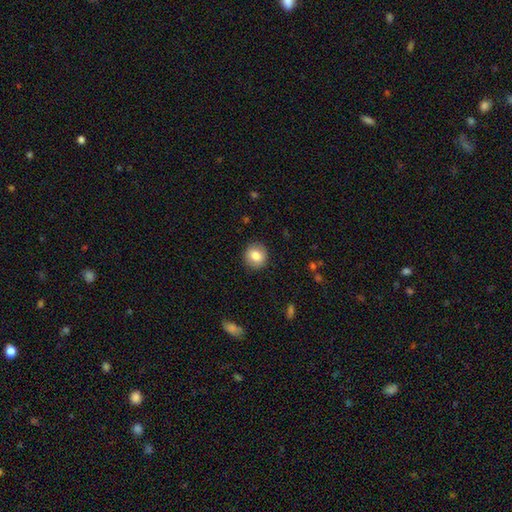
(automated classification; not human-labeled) Smooth or featured?
  - smooth: 81% *
  - featured or disk: 11%
  - star or artifact: 8%
How rounded?
  - round: 87% *
  - in between: 12%
  - cigar-shaped: 1%
Merging?
  - none: 89% *
  - minor disturbance: 8%
  - major disturbance: 2%
  - merger: 1%